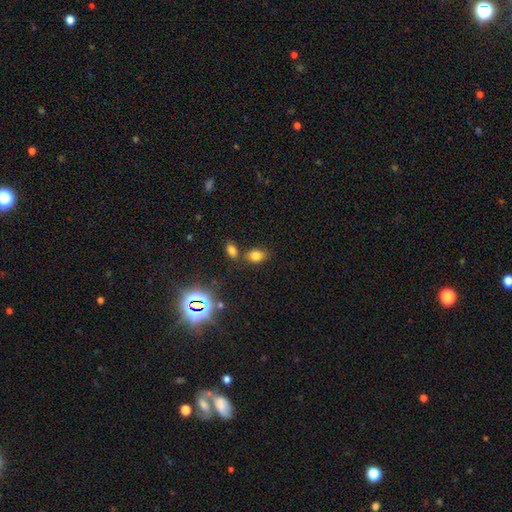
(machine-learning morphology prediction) type=smooth (75%); roundness=in between (76%); merging=none (67%).